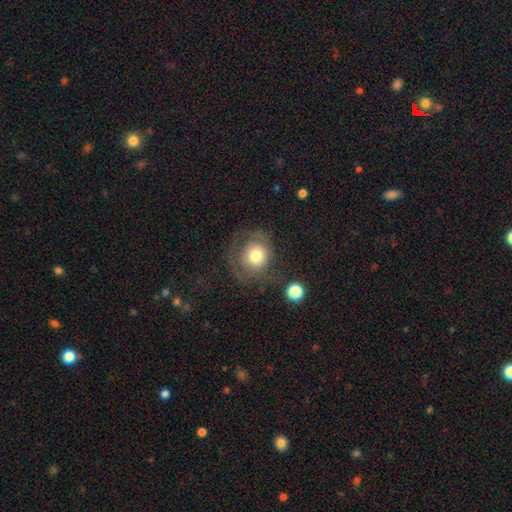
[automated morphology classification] The model was most divided on "merging": none: 54%, major disturbance: 22%, minor disturbance: 20%, merger: 4%. More confident: how rounded — round (84%); smooth or featured — smooth (63%).